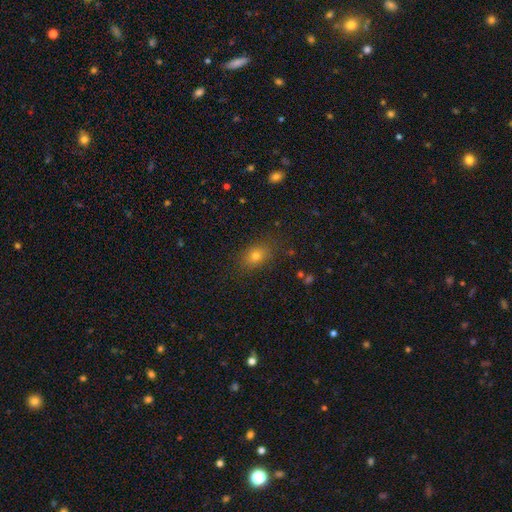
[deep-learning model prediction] Smooth or featured? Predicted: smooth (p=0.73). How rounded? Predicted: in between (p=0.68). Merging? Predicted: none (p=0.83).